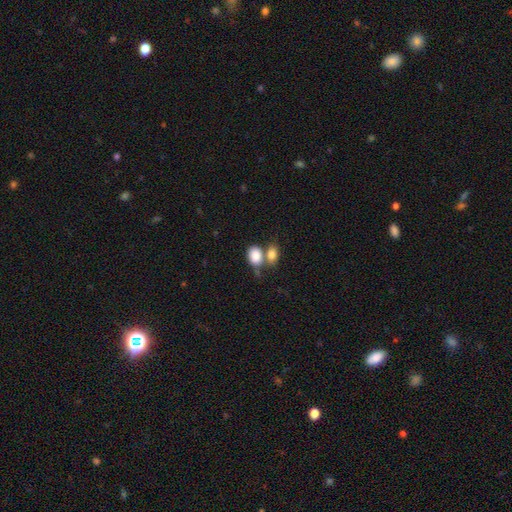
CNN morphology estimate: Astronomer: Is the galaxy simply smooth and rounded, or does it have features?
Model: smooth — 84%.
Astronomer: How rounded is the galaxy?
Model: in between — 67%.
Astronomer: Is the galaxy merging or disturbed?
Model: merger — 49% (runner-up: none, 35%).